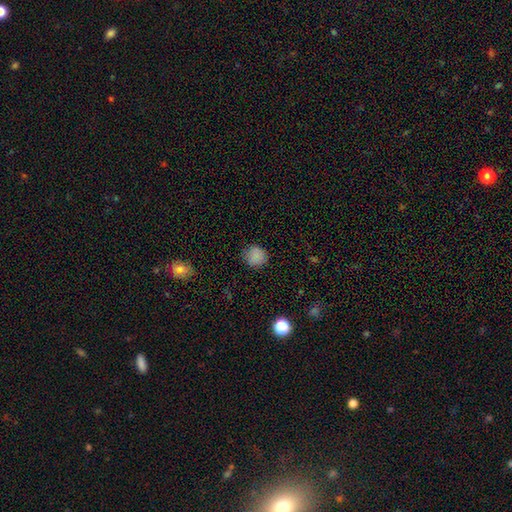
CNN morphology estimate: A smooth galaxy with no disk features (84%) that is round (89%).

Vote fractions:
- Smooth or featured? smooth: 84% / star or artifact: 12% / featured or disk: 4%
- How rounded? round: 89% / in between: 10% / cigar-shaped: 1%
- Merging? none: 84% / minor disturbance: 12% / major disturbance: 3% / merger: 1%